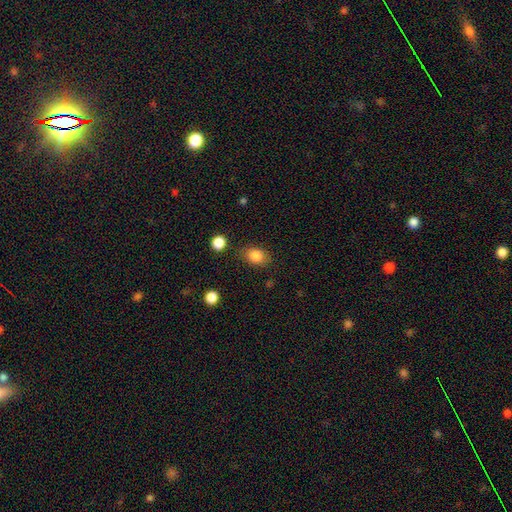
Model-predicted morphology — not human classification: Smooth or featured: smooth — 85% (star or artifact — 9%)
How rounded: in between — 62% (round — 37%)
Merging: none — 79% (minor disturbance — 14%)